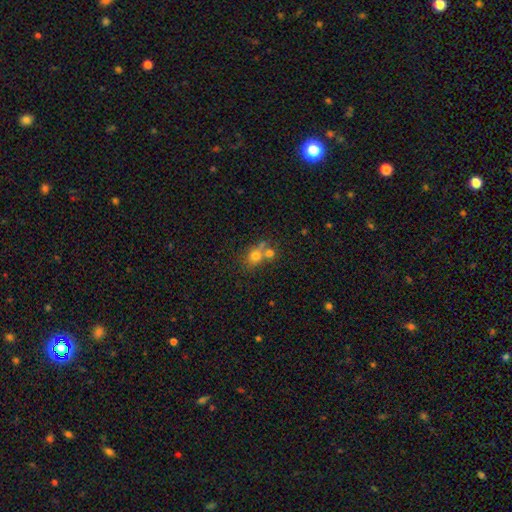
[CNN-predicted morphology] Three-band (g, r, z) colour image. It shows a smooth galaxy with no disk features (72%) that is round (72%). Merging: merger (46%).